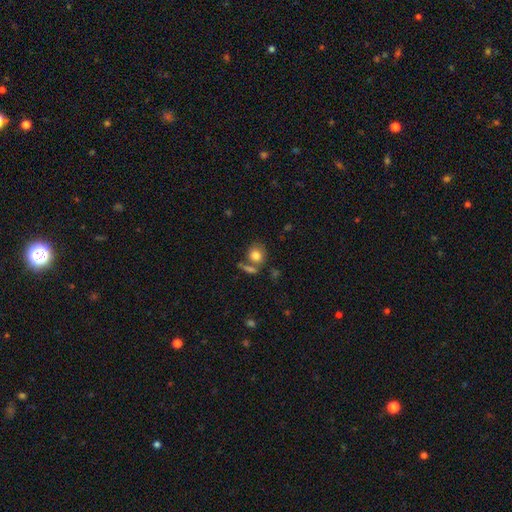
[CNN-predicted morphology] Smooth or featured: smooth — 80% (featured or disk — 11%)
How rounded: round — 68% (in between — 31%)
Merging: none — 55% (merger — 24%)